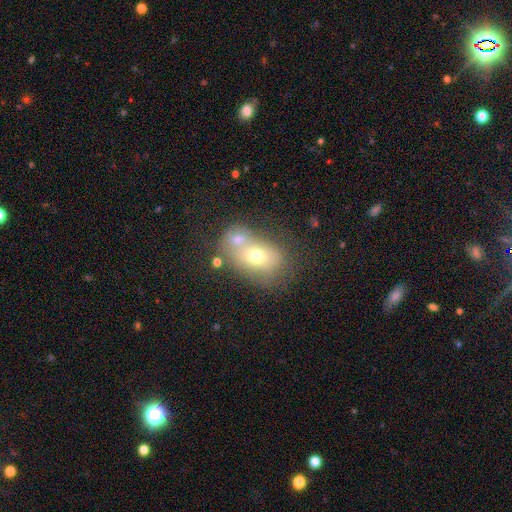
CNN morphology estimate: This is likely a smooth galaxy (61%). How rounded: likely in between (66%). Merging: possibly merger (50%).